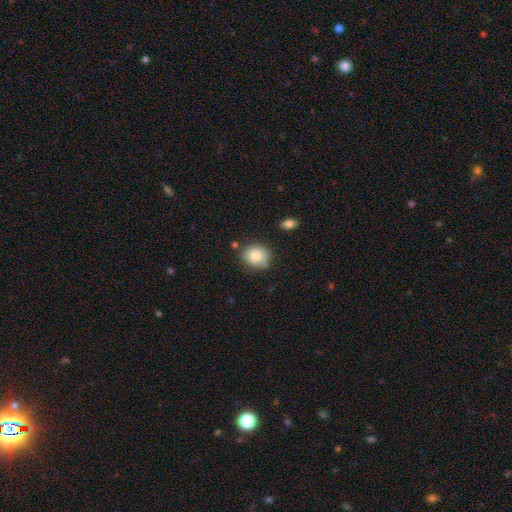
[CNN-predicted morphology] Overall: smooth (82%). How rounded: round (67%; in between 32%). Merging: none (79%).